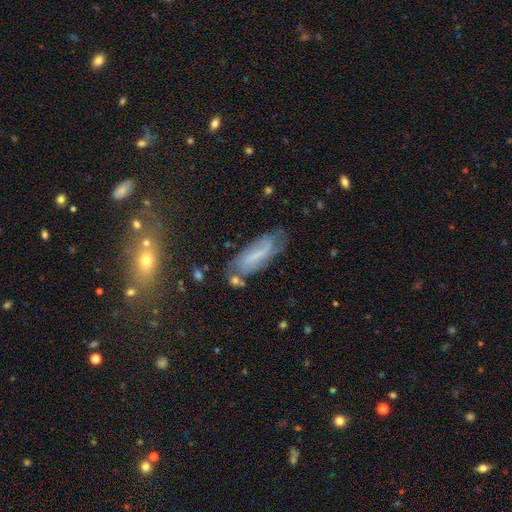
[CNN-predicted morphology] Smooth or featured: featured or disk — 54% (smooth — 35%)
Edge-on disk: no — 80% (yes — 20%)
Merging: none — 64% (minor disturbance — 23%)